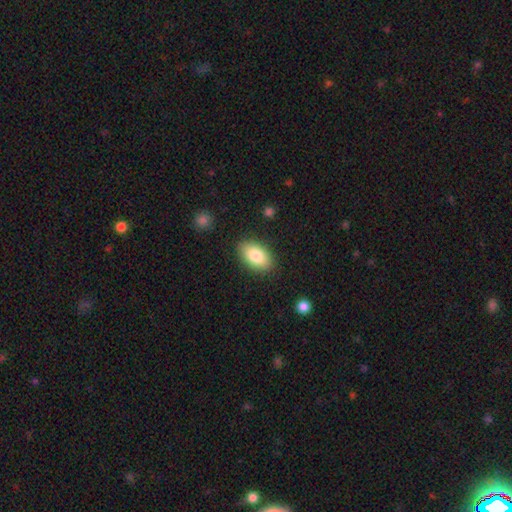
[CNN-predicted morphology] type=smooth (83%); roundness=in between (92%); merging=none (86%).